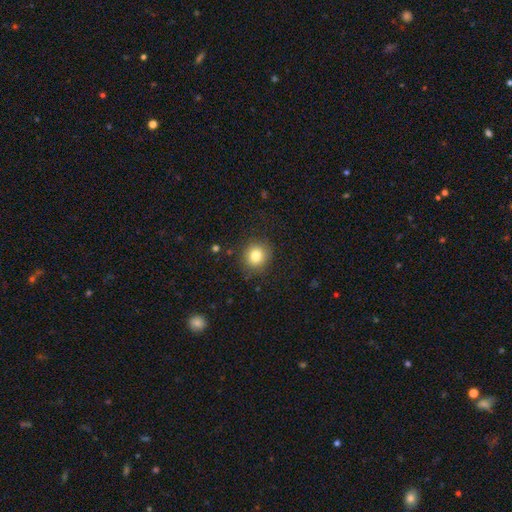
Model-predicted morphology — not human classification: A smooth galaxy with no disk features (81%) that is round (88%).

Vote fractions:
- Smooth or featured? smooth: 81% / star or artifact: 11% / featured or disk: 8%
- How rounded? round: 88% / in between: 11% / cigar-shaped: 1%
- Merging? none: 87% / minor disturbance: 9% / major disturbance: 3% / merger: 1%